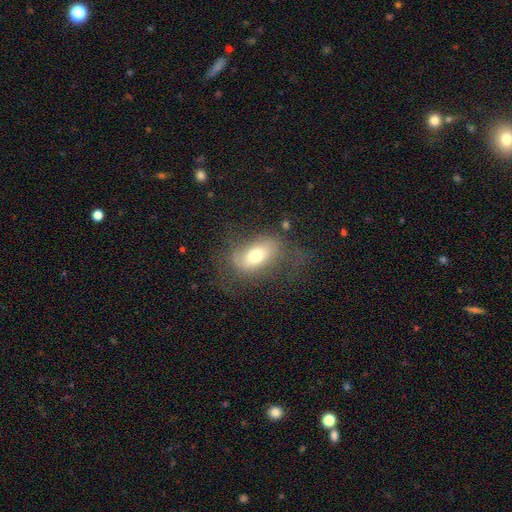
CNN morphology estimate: smooth 56%, featured or disk 34%, star or artifact 9%. Down the decision tree: how rounded — in between (87%); merging — none (52%).